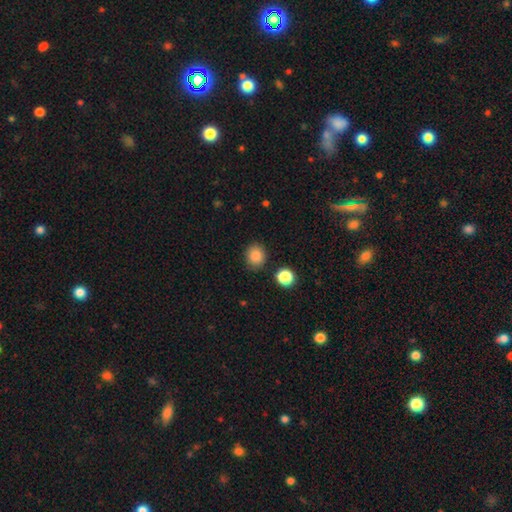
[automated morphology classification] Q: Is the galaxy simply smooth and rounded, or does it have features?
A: smooth — 86%.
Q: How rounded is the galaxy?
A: round — 68%.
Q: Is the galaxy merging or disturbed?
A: none — 84%.